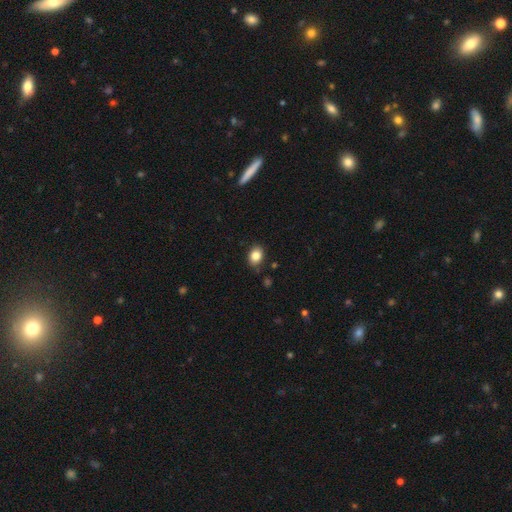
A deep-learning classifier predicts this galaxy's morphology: A smooth galaxy with no disk features (85%) that is in between round and cigar-shaped (62%).

Vote fractions:
- Smooth or featured? smooth: 85% / star or artifact: 9% / featured or disk: 6%
- How rounded? in between: 62% / round: 37% / cigar-shaped: 1%
- Merging? none: 84% / minor disturbance: 12% / major disturbance: 3% / merger: 2%